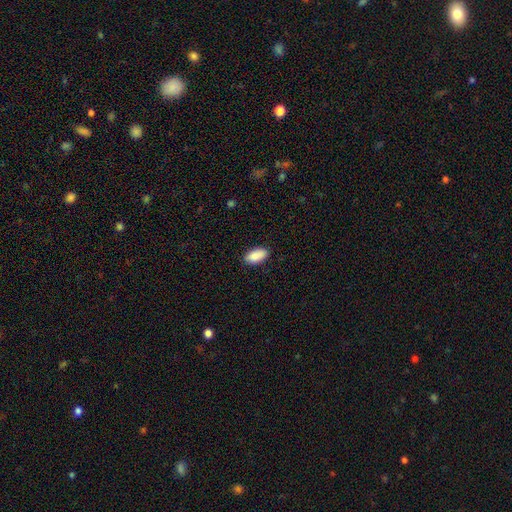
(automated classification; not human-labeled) Morphology: type=smooth (89%); roundness=in between (94%); merging=none (87%).